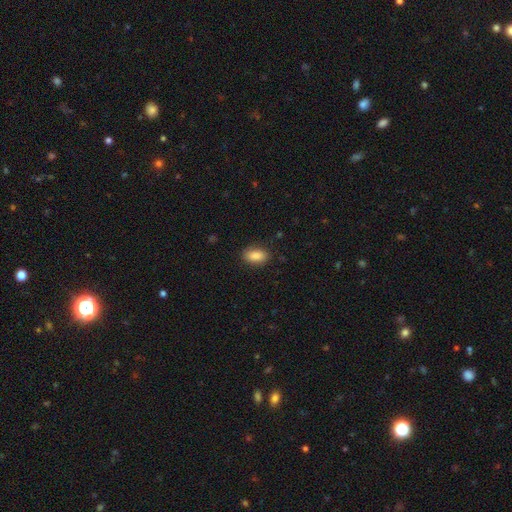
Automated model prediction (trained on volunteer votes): Morphology: type=smooth (88%); roundness=in between (90%); merging=none (85%).